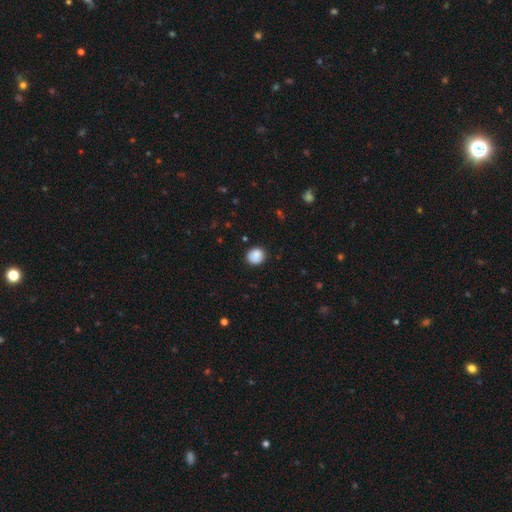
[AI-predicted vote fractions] smooth 88%, star or artifact 8%, featured or disk 4%. Down the decision tree: how rounded — round (82%); merging — none (86%).